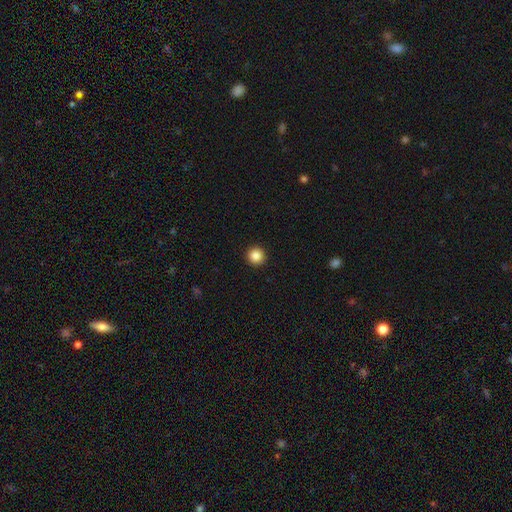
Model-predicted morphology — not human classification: Smooth or featured: smooth — 86% (star or artifact — 10%)
How rounded: round — 96% (in between — 3%)
Merging: none — 94% (minor disturbance — 4%)